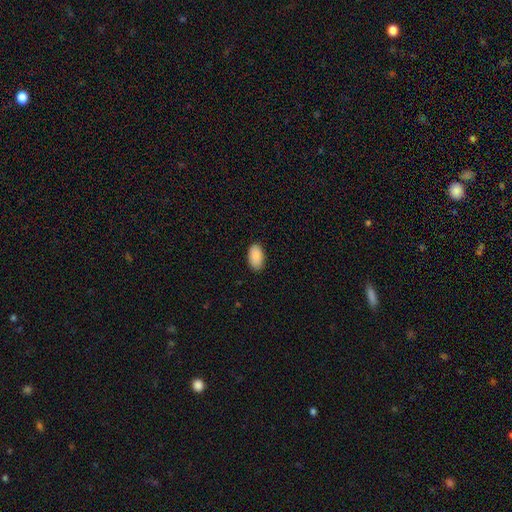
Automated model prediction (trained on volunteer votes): smooth-or-featured: smooth: 90% | star or artifact: 6% | featured or disk: 4%
  how-rounded: in between: 95% | round: 4% | cigar-shaped: 1%
  merging: none: 88% | minor disturbance: 9% | major disturbance: 2% | merger: 1%